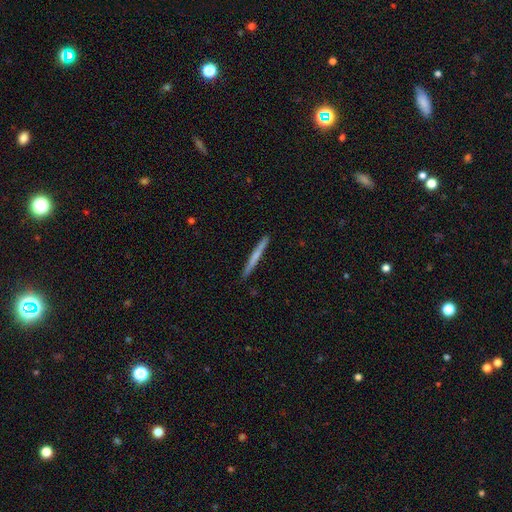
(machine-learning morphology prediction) Overall: smooth (57%; featured or disk 38%). How rounded: cigar-shaped (97%). Merging: none (91%).